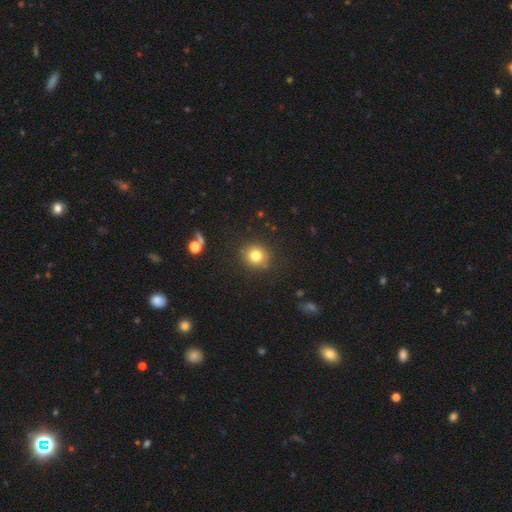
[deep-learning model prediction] smooth 78%, star or artifact 13%, featured or disk 9%. Down the decision tree: how rounded — round (89%); merging — none (86%).